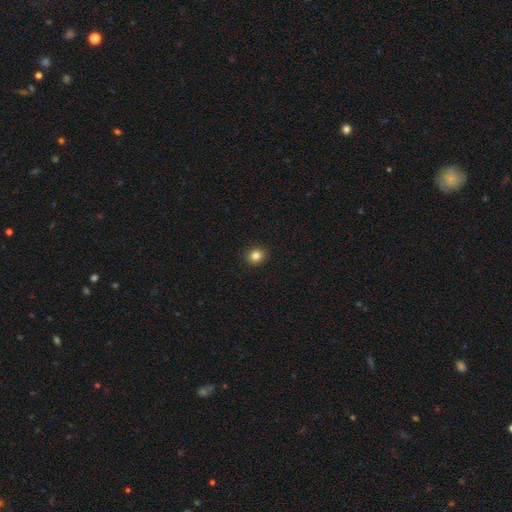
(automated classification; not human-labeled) This is clearly a smooth galaxy (84%). How rounded: likely round (77%). Merging: clearly none (91%).